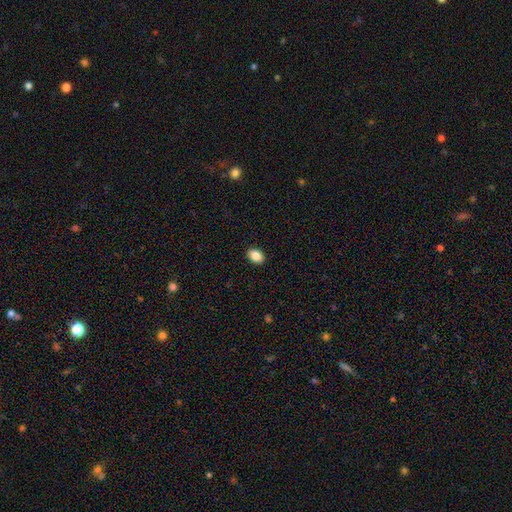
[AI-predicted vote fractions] A smooth galaxy with no disk features (87%) that is in between round and cigar-shaped (80%).

Vote fractions:
- Smooth or featured? smooth: 87% / star or artifact: 8% / featured or disk: 5%
- How rounded? in between: 80% / round: 19% / cigar-shaped: 1%
- Merging? none: 90% / minor disturbance: 7% / major disturbance: 2% / merger: 1%